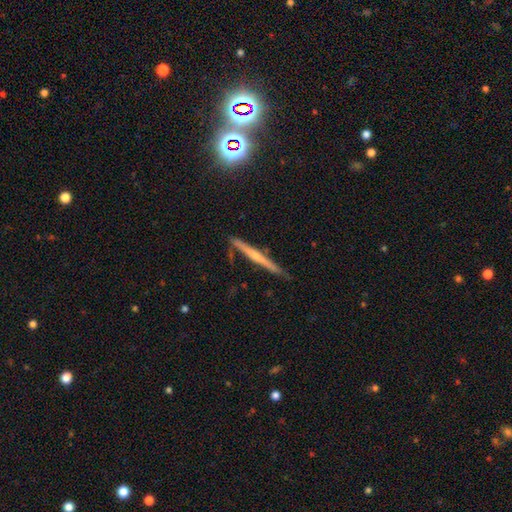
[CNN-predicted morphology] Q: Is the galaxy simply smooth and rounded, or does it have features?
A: featured or disk — 64%.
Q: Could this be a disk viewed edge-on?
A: yes — 97%.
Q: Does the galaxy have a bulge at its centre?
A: rounded — 58%.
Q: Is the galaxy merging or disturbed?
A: none — 84%.